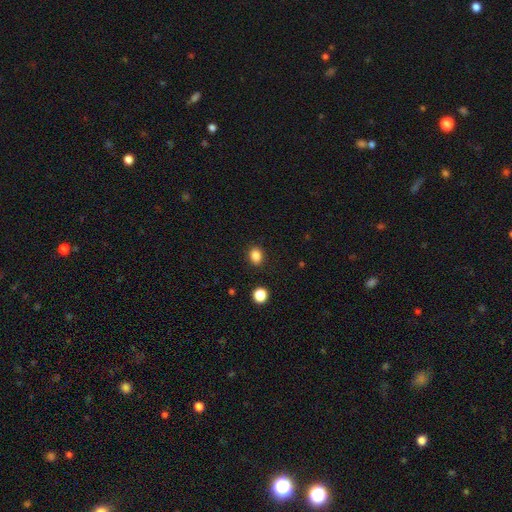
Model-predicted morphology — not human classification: smooth-or-featured: smooth: 85% | star or artifact: 11% | featured or disk: 4%
  how-rounded: in between: 53% | round: 46% | cigar-shaped: 1%
  merging: none: 89% | minor disturbance: 7% | major disturbance: 2% | merger: 2%